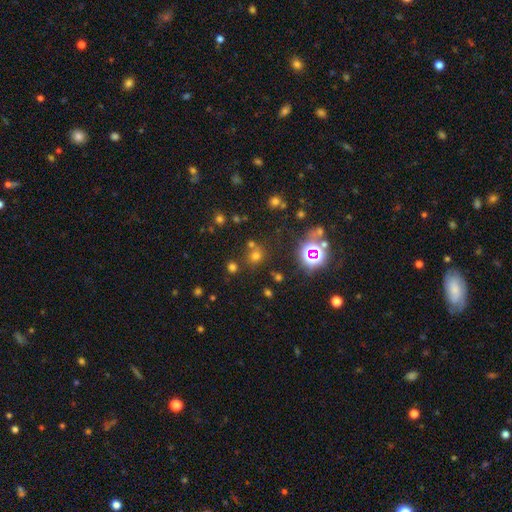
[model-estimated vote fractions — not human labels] This is possibly a smooth galaxy (49%). Merging: likely none (73%).